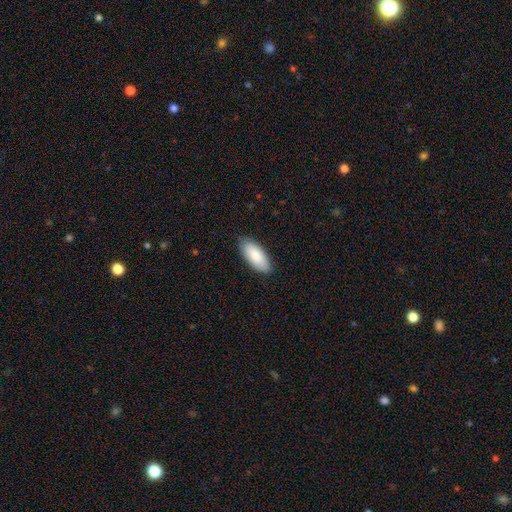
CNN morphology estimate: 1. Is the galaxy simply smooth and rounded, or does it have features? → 86% smooth, 9% featured or disk, 6% star or artifact.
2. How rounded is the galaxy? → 87% in between, 11% cigar-shaped, 2% round.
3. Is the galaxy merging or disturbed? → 87% none, 11% minor disturbance, 2% major disturbance, 1% merger.